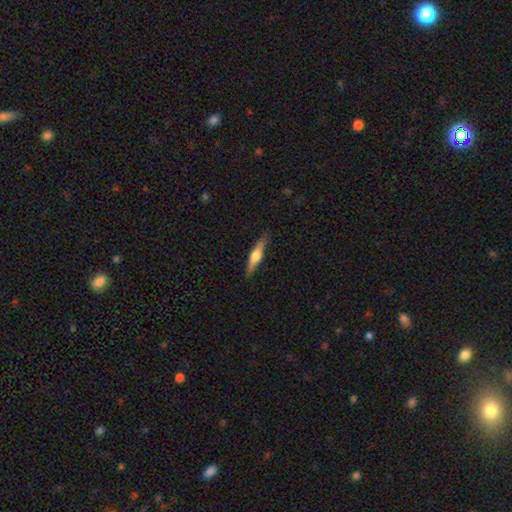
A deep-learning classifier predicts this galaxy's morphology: smooth_or_featured: featured or disk (p=0.54) [alt: smooth p=0.41]
disk_edge_on: yes (p=0.95) [alt: no p=0.05]
edge_on_bulge: rounded (p=0.91) [alt: boxy p=0.06]
merging: none (p=0.87) [alt: minor disturbance p=0.10]